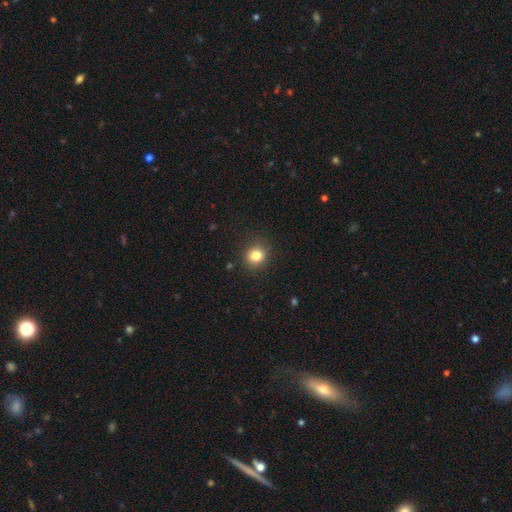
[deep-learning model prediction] This is clearly a smooth galaxy (82%). How rounded: clearly round (87%). Merging: clearly none (88%).